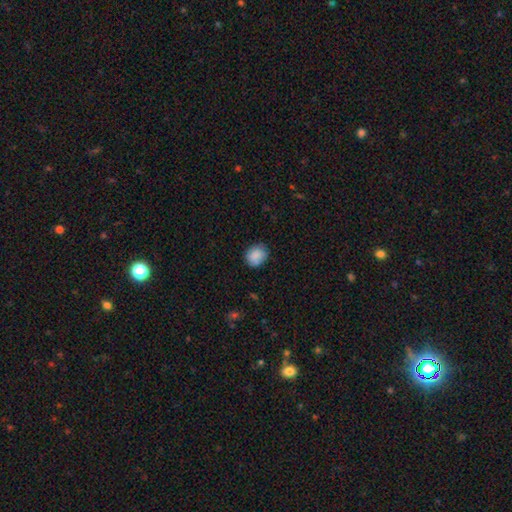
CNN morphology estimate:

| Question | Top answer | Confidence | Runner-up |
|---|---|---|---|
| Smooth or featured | smooth | 87% | star or artifact (8%) |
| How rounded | round | 62% | in between (37%) |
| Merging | none | 79% | minor disturbance (17%) |